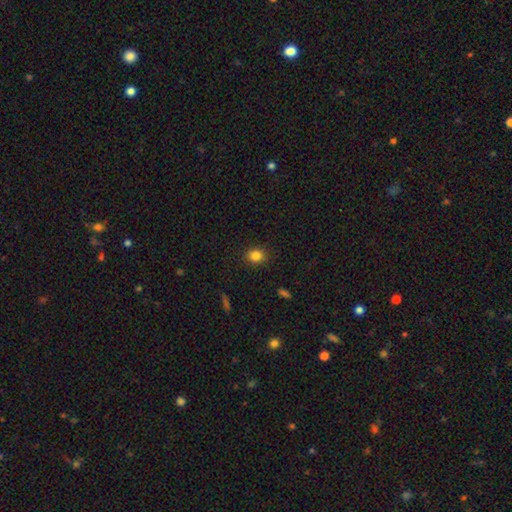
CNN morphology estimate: Smooth or featured? Predicted: smooth (p=0.83). How rounded? Predicted: round (p=0.64). Merging? Predicted: none (p=0.89).